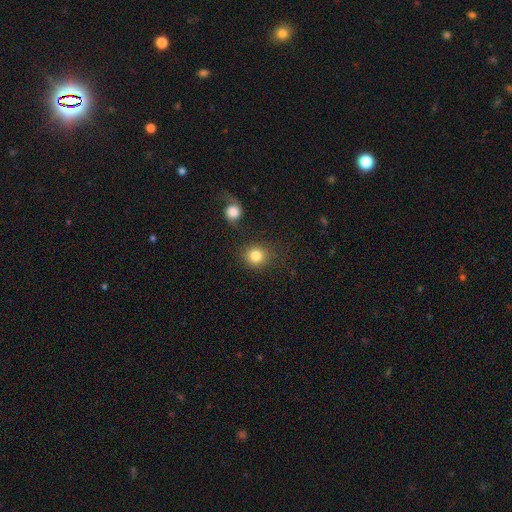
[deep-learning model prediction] smooth 84%, star or artifact 10%, featured or disk 7%. Down the decision tree: how rounded — round (85%); merging — none (79%).